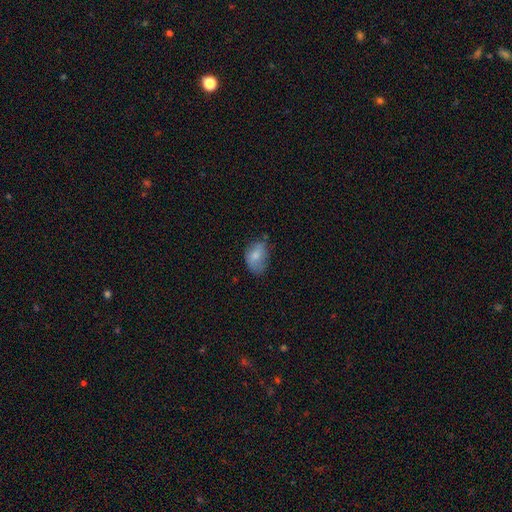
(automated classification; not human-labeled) Q: Smooth or featured?
A: smooth (76%); runner-up: featured or disk (16%)
Q: How rounded?
A: in between (81%); runner-up: round (18%)
Q: Merging?
A: none (48%); runner-up: minor disturbance (36%)